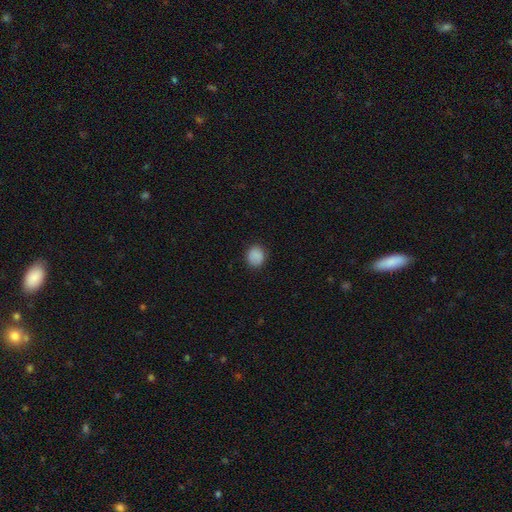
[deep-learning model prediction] Smooth or featured: smooth — 88% (star or artifact — 9%)
How rounded: round — 80% (in between — 19%)
Merging: none — 87% (minor disturbance — 10%)